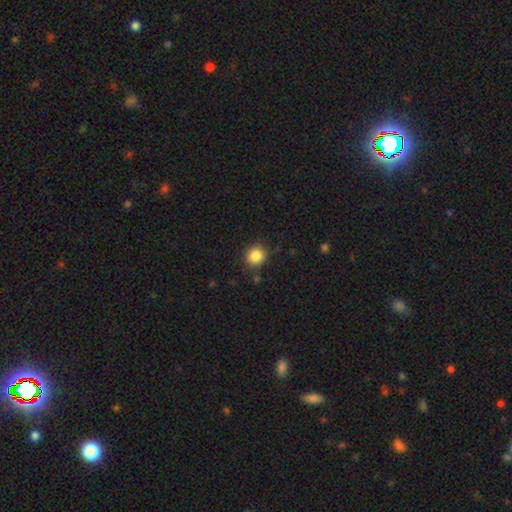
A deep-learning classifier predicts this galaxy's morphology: This appears to be a smooth galaxy with no disk features (85%) that is round (86%). Merging: none (86%).